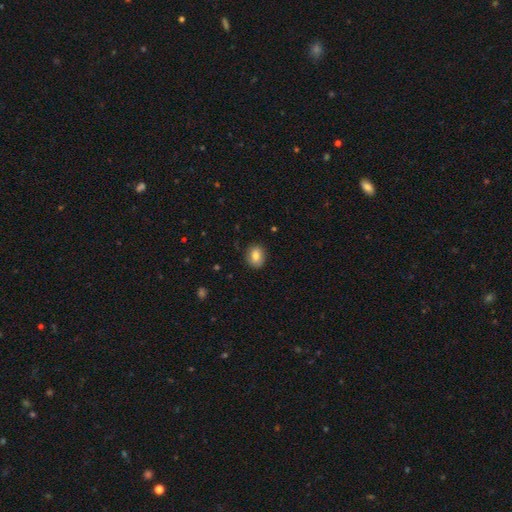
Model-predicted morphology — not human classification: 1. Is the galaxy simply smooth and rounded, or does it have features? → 80% smooth, 11% featured or disk, 9% star or artifact.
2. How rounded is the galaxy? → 53% round, 46% in between, 1% cigar-shaped.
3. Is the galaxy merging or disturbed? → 86% none, 11% minor disturbance, 2% major disturbance, 1% merger.